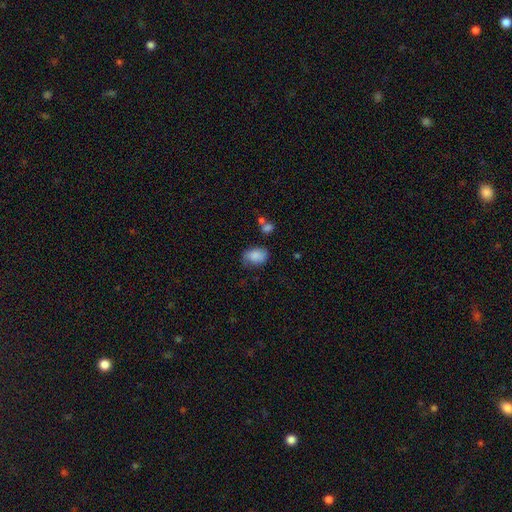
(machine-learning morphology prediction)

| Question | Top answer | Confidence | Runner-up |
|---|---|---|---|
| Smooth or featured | smooth | 81% | featured or disk (11%) |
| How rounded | in between | 81% | round (18%) |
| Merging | none | 54% | minor disturbance (31%) |